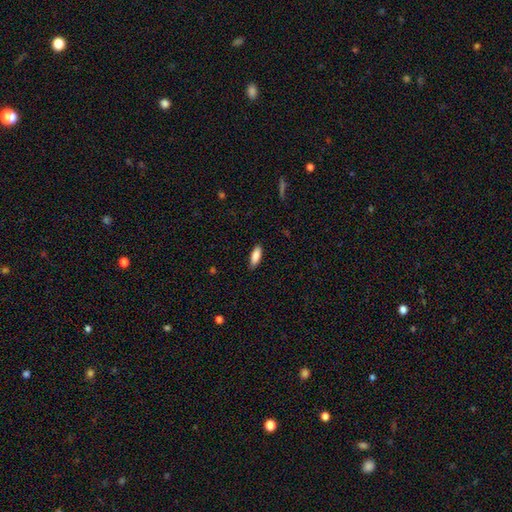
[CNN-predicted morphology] Overall: smooth (86%). How rounded: in between (66%; cigar-shaped 32%). Merging: none (85%).